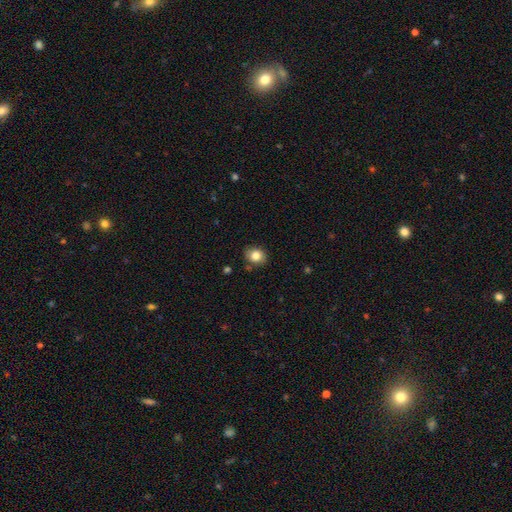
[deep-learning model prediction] This appears to be a smooth galaxy with no disk features (82%) that is round (60%). Merging: none (83%).